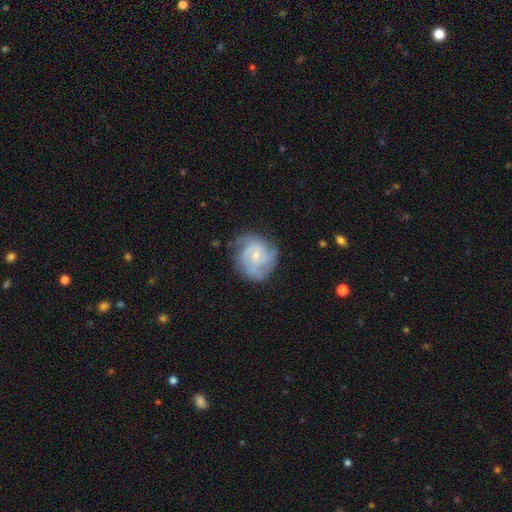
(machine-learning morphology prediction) Smooth or featured? Predicted: featured or disk (p=0.81). Edge-on disk? Predicted: no (p=0.98). Bar? Predicted: no (p=0.53). Spiral arms? Predicted: yes (p=0.96). Spiral winding? Predicted: tight (p=0.56). Spiral arm count? Predicted: 3 (p=0.39). Bulge size? Predicted: small (p=0.68). Merging? Predicted: none (p=0.72).